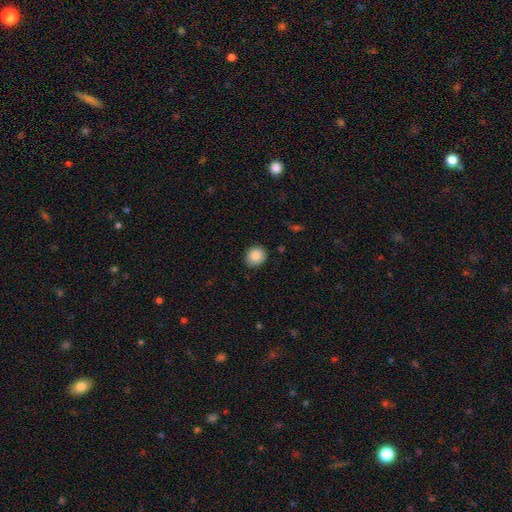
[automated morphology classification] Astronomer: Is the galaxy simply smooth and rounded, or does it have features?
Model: smooth — 86%.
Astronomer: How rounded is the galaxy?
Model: round — 80%.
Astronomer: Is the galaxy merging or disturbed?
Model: none — 90%.